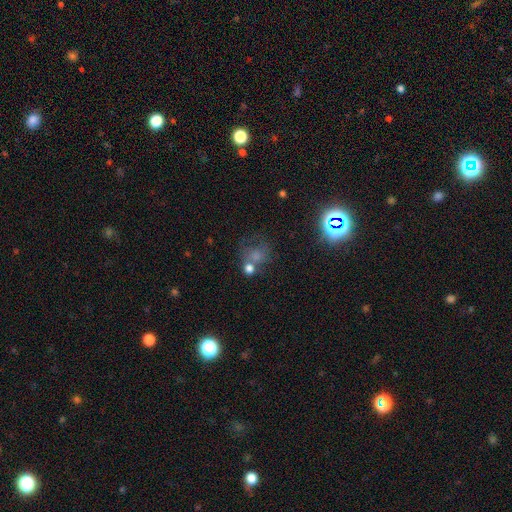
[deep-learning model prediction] Q: Smooth or featured?
A: smooth (57%); runner-up: star or artifact (24%)
Q: How rounded?
A: round (73%); runner-up: in between (26%)
Q: Merging?
A: none (39%); runner-up: merger (27%)